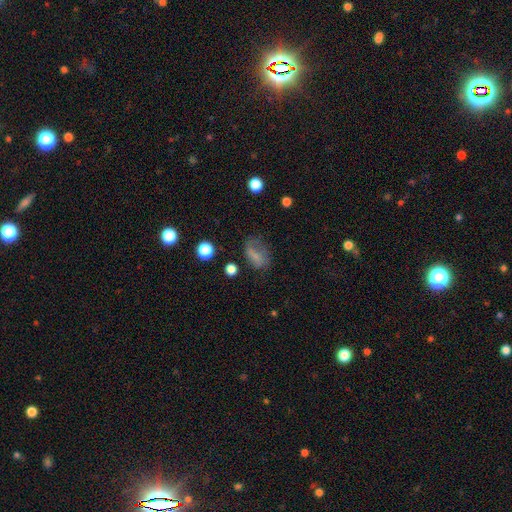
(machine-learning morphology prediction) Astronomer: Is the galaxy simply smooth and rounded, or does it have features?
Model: smooth — 60%.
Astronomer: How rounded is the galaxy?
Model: in between — 78%.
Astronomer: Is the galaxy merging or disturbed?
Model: none — 42% (runner-up: major disturbance, 28%).